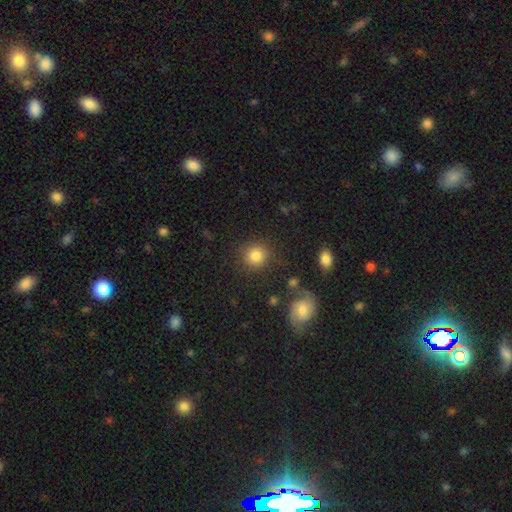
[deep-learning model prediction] smooth_or_featured: smooth (p=0.83) [alt: star or artifact p=0.11]
how_rounded: round (p=0.89) [alt: in between p=0.10]
merging: none (p=0.83) [alt: minor disturbance p=0.09]